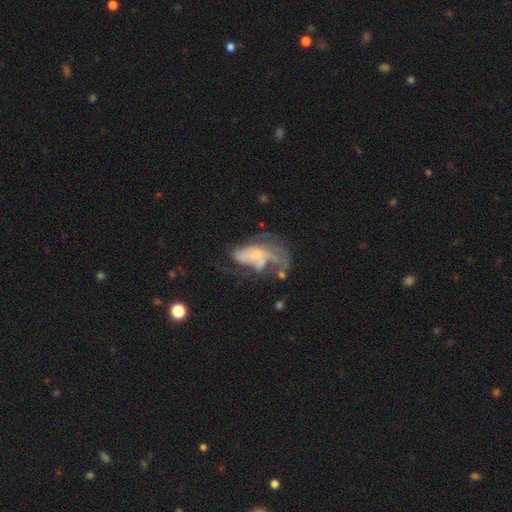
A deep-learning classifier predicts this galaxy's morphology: Smooth or featured? Predicted: featured or disk (p=0.71). Edge-on disk? Predicted: no (p=0.96). Bar? Predicted: no (p=0.69). Spiral arms? Predicted: yes (p=0.70). Bulge size? Predicted: small (p=0.43). Merging? Predicted: major disturbance (p=0.44).